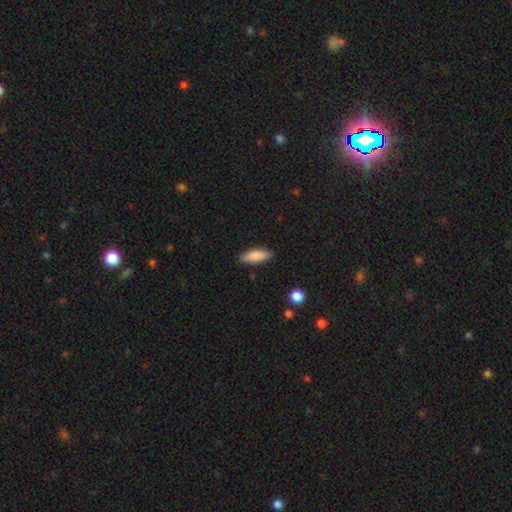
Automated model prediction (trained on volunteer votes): This is clearly a smooth galaxy (84%). How rounded: likely in between (70%). Merging: clearly none (85%).